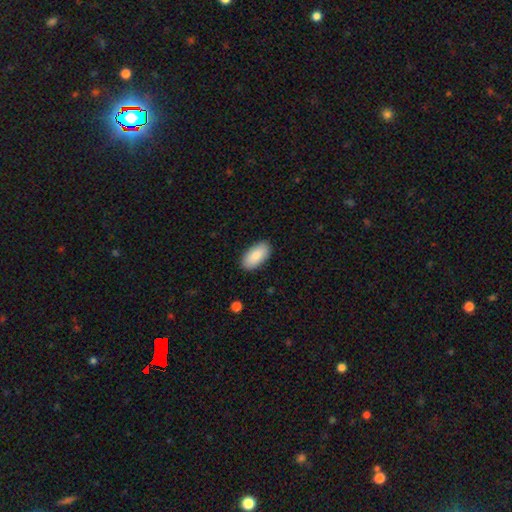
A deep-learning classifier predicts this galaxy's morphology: smooth-or-featured: smooth: 88% | featured or disk: 6% | star or artifact: 6%
  how-rounded: in between: 95% | cigar-shaped: 3% | round: 2%
  merging: none: 89% | minor disturbance: 8% | major disturbance: 2% | merger: 1%